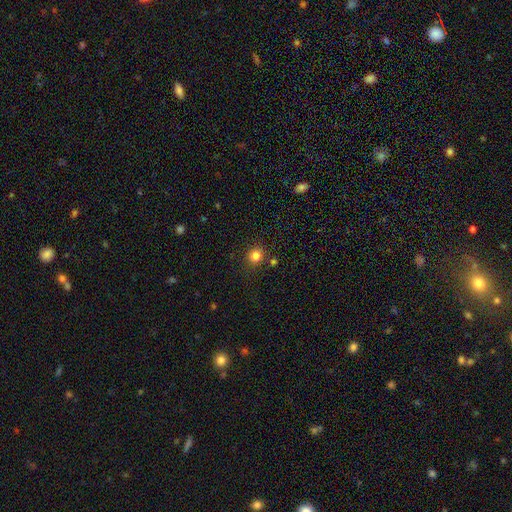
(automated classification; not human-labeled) Q: Smooth or featured?
A: smooth (81%); runner-up: star or artifact (13%)
Q: How rounded?
A: round (87%); runner-up: in between (12%)
Q: Merging?
A: none (85%); runner-up: minor disturbance (8%)